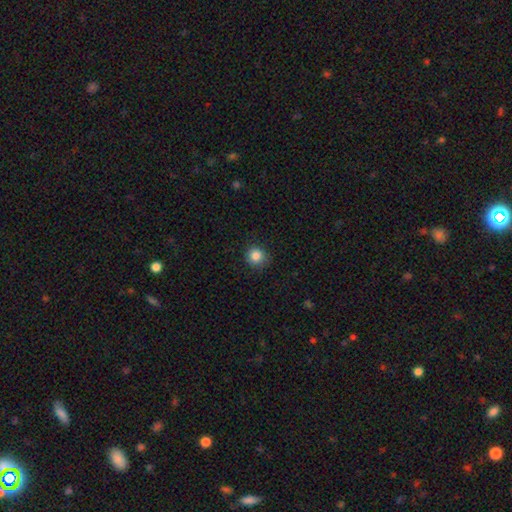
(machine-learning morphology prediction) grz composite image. It shows a smooth galaxy with no disk features (85%) that is round (90%). Merging: none (86%).